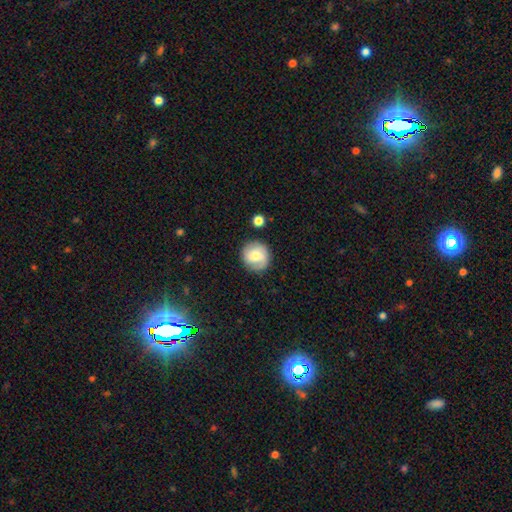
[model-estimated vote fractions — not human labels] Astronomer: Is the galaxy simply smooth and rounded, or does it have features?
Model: smooth — 54% (runner-up: featured or disk, 38%).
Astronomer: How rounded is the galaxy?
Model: round — 90%.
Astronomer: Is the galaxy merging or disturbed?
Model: none — 82%.